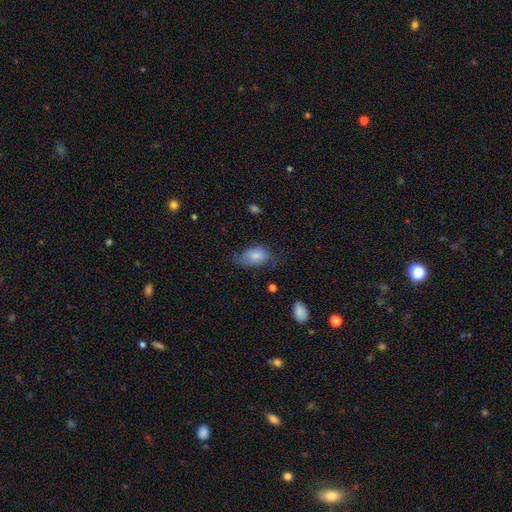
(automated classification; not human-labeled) smooth_or_featured: smooth (p=0.78) [alt: featured or disk p=0.15]
how_rounded: in between (p=0.92) [alt: round p=0.06]
merging: none (p=0.46) [alt: minor disturbance p=0.36]